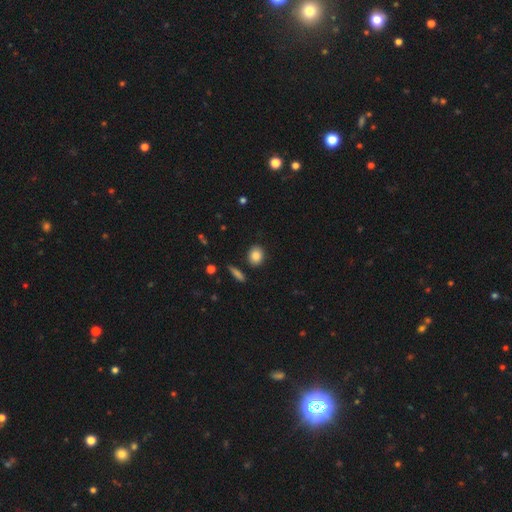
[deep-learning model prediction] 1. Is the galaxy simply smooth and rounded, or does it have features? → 86% smooth, 8% star or artifact, 5% featured or disk.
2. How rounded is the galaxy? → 52% round, 45% in between, 2% cigar-shaped.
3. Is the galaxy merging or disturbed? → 87% none, 8% minor disturbance, 3% merger, 2% major disturbance.